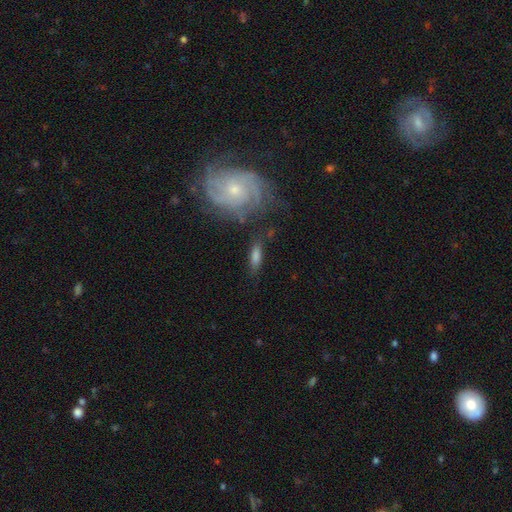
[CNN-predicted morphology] type=smooth (50%); merging=none (66%).